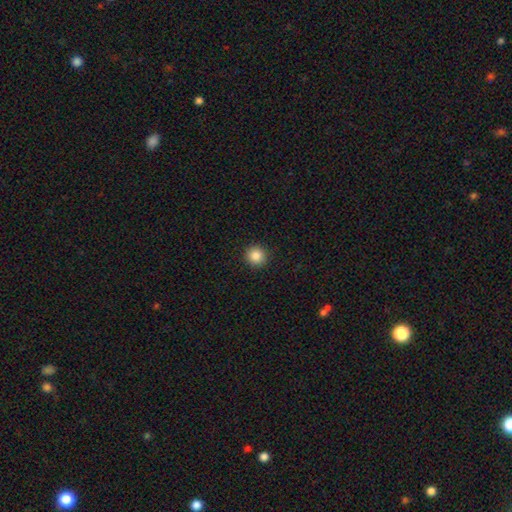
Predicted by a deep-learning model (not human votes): This is clearly a smooth galaxy (86%). How rounded: clearly round (94%). Merging: clearly none (93%).